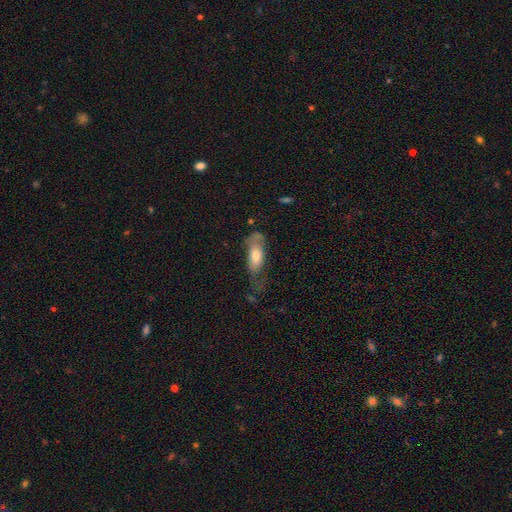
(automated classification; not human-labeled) Smooth or featured? smooth (63%)
How rounded? in between (77%)
Merging? none (38%)